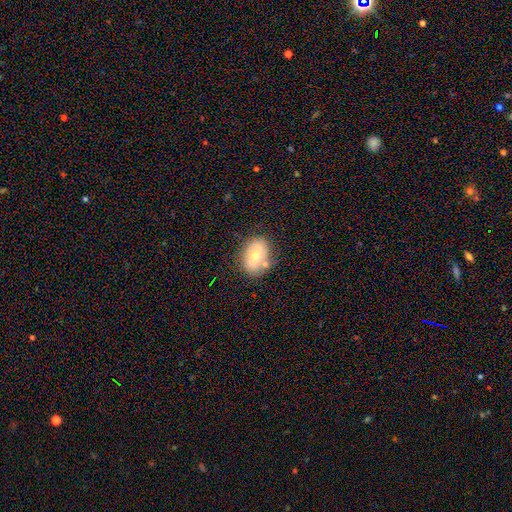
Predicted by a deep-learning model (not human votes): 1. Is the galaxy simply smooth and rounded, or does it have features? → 61% smooth, 31% featured or disk, 8% star or artifact.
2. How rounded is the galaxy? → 78% in between, 20% round, 1% cigar-shaped.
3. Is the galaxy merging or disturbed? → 66% none, 19% minor disturbance, 11% merger, 5% major disturbance.